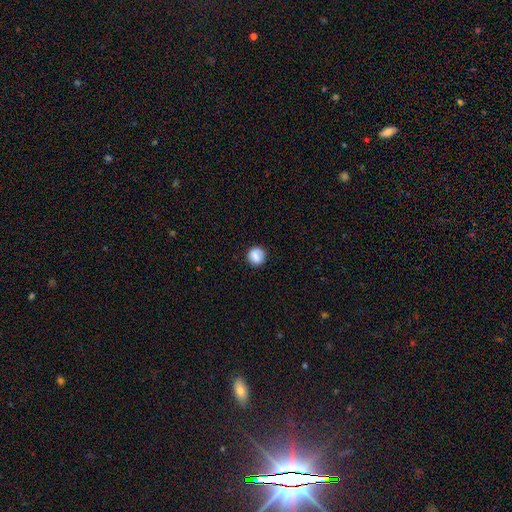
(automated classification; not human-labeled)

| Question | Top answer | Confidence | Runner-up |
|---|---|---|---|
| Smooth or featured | smooth | 84% | star or artifact (9%) |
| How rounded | round | 91% | in between (8%) |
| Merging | none | 85% | minor disturbance (11%) |